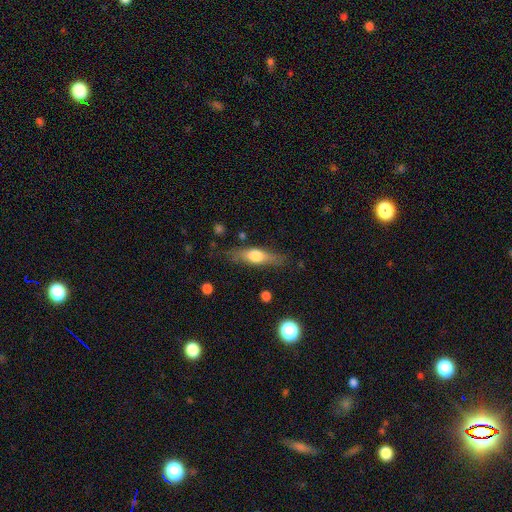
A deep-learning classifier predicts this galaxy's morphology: smooth 55%, featured or disk 39%, star or artifact 6%. Down the decision tree: how rounded — cigar-shaped (54%); merging — none (78%).